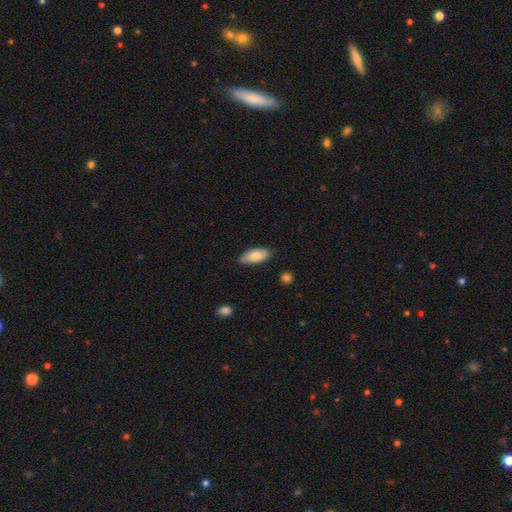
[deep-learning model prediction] Smooth or featured: smooth — 81% (featured or disk — 13%)
How rounded: in between — 88% (cigar-shaped — 10%)
Merging: none — 81% (minor disturbance — 15%)